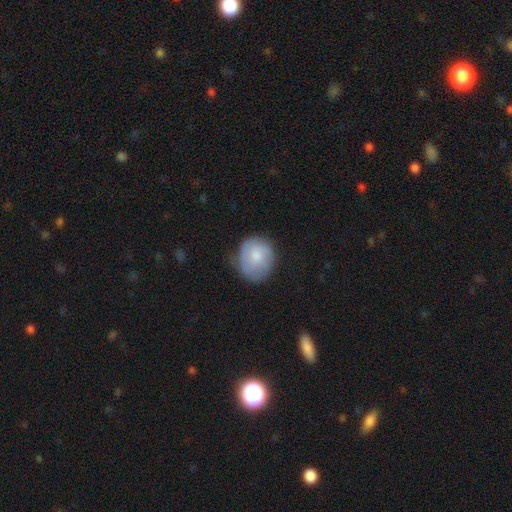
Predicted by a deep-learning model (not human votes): smooth_or_featured: smooth (p=0.72) [alt: featured or disk p=0.21]
how_rounded: round (p=0.74) [alt: in between p=0.25]
merging: none (p=0.58) [alt: minor disturbance p=0.31]